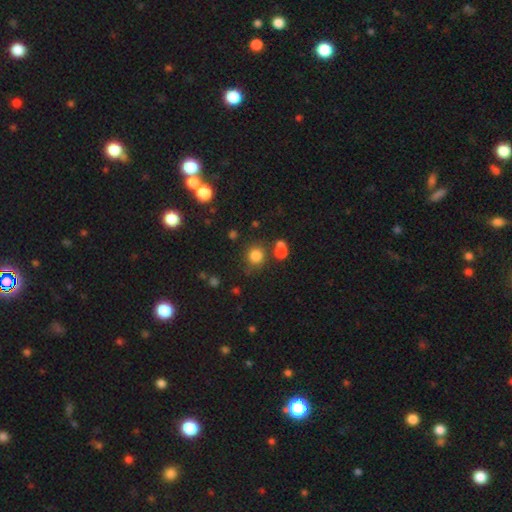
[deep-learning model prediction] The model was most divided on "merging": none: 75%, merger: 11%, minor disturbance: 10%, major disturbance: 4%. More confident: how rounded — round (89%); smooth or featured — smooth (81%).